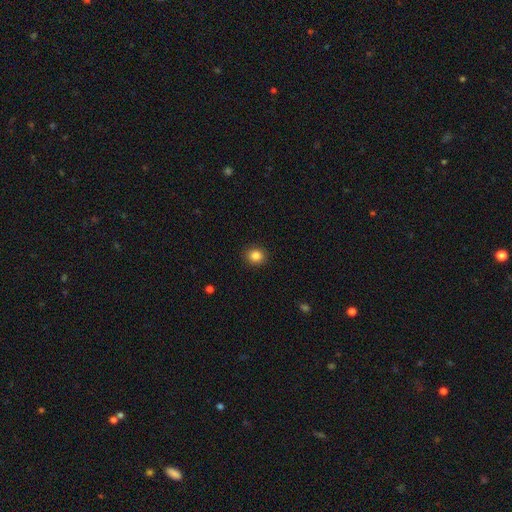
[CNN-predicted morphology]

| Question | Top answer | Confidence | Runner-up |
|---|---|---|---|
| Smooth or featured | smooth | 85% | star or artifact (11%) |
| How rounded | round | 83% | in between (16%) |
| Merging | none | 91% | minor disturbance (6%) |